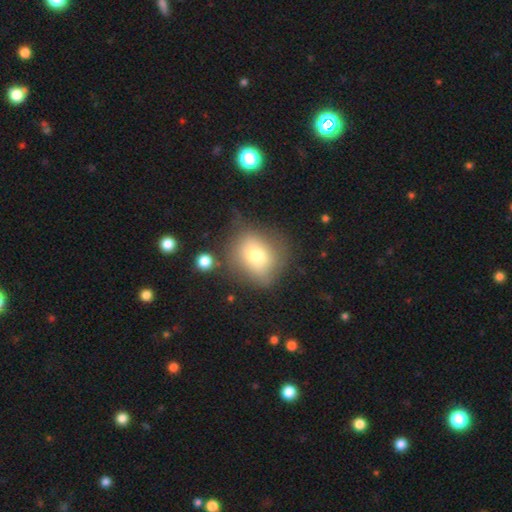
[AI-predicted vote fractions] Q: Smooth or featured?
A: smooth (71%); runner-up: featured or disk (18%)
Q: How rounded?
A: round (68%); runner-up: in between (31%)
Q: Merging?
A: none (58%); runner-up: minor disturbance (25%)